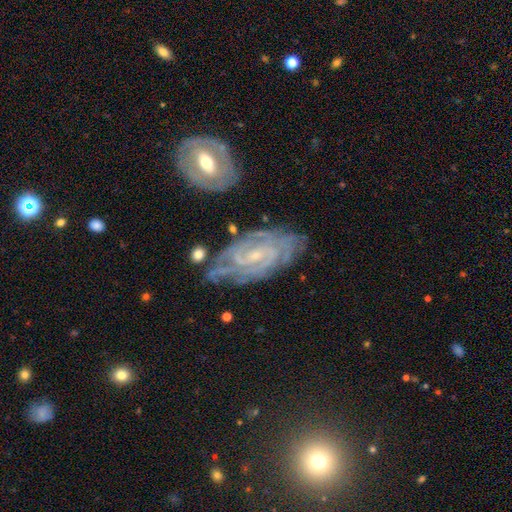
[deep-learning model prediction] Q: Smooth or featured?
A: featured or disk (85%); runner-up: star or artifact (8%)
Q: Edge-on disk?
A: no (95%); runner-up: yes (5%)
Q: Bar?
A: weak (52%); runner-up: no (30%)
Q: Spiral arms?
A: yes (95%); runner-up: no (5%)
Q: Spiral winding?
A: tight (69%); runner-up: medium (25%)
Q: Spiral arm count?
A: can't tell (34%); runner-up: 2 (27%)
Q: Bulge size?
A: small (71%); runner-up: moderate (21%)
Q: Merging?
A: none (67%); runner-up: minor disturbance (21%)